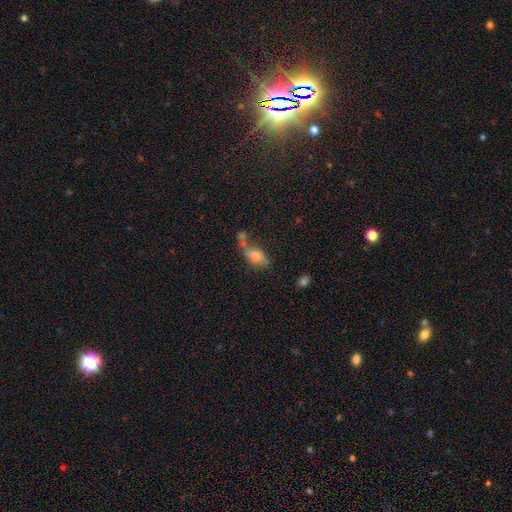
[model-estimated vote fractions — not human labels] Morphology: type=smooth (65%); roundness=in between (83%); merging=none (35%).